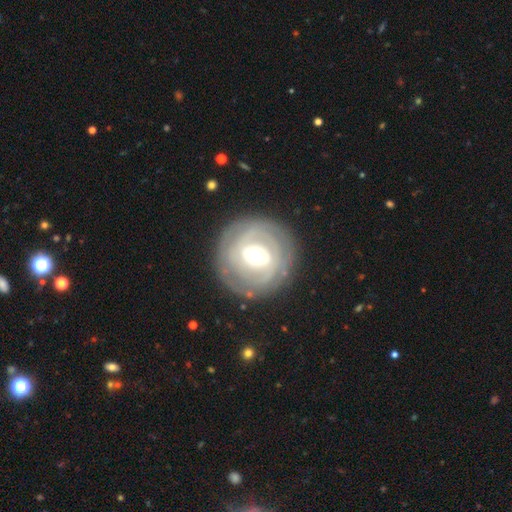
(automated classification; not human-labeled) smooth_or_featured: featured or disk (p=0.72) [alt: smooth p=0.22]
disk_edge_on: no (p=0.96) [alt: yes p=0.04]
bar: weak (p=0.46) [alt: strong p=0.30]
has_spiral_arms: yes (p=0.69) [alt: no p=0.31]
bulge_size: moderate (p=0.70) [alt: large p=0.18]
merging: none (p=0.83) [alt: minor disturbance p=0.11]